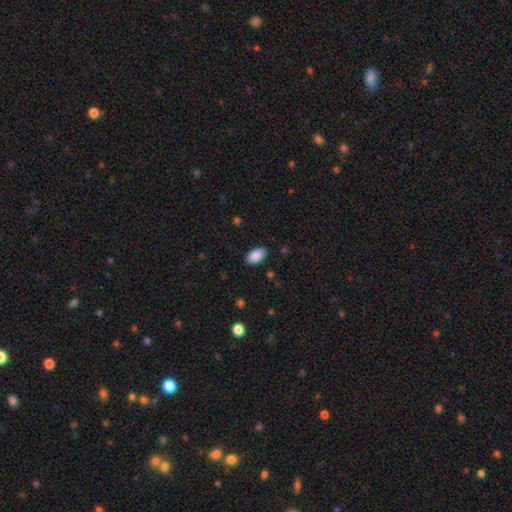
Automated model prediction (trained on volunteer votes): smooth_or_featured: smooth (p=0.89) [alt: star or artifact p=0.07]
how_rounded: in between (p=0.95) [alt: round p=0.03]
merging: none (p=0.87) [alt: minor disturbance p=0.10]